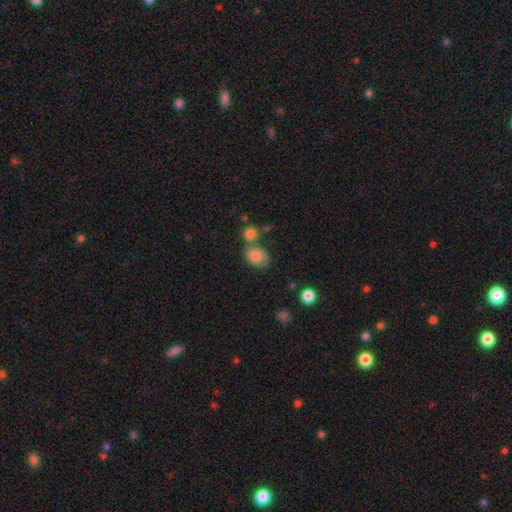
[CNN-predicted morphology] Q: Smooth or featured?
A: smooth (82%); runner-up: featured or disk (10%)
Q: How rounded?
A: in between (71%); runner-up: round (28%)
Q: Merging?
A: none (54%); runner-up: merger (25%)